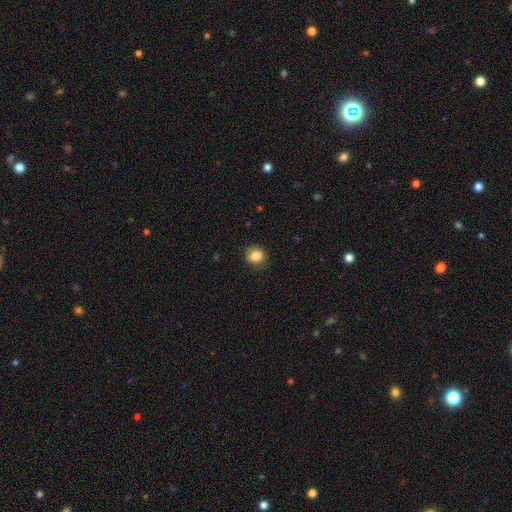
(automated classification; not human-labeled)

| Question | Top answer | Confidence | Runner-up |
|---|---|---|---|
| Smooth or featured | smooth | 85% | star or artifact (10%) |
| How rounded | round | 81% | in between (18%) |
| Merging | none | 85% | minor disturbance (11%) |